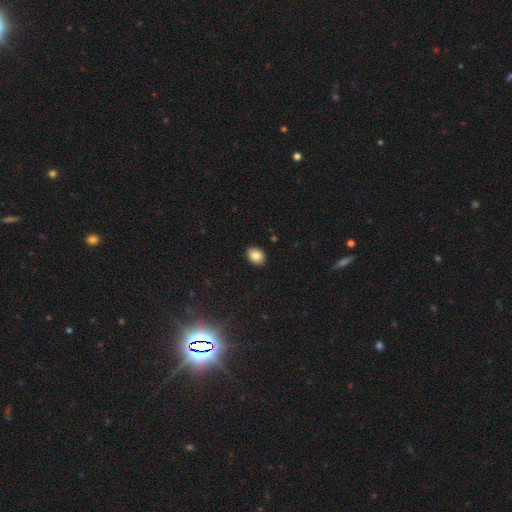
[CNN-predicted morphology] type=smooth (86%); roundness=in between (68%); merging=none (90%).